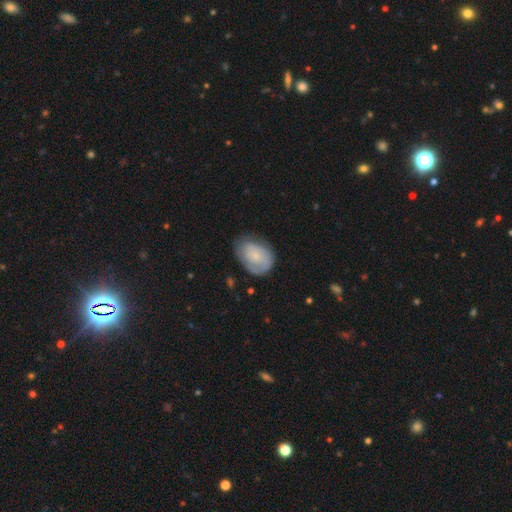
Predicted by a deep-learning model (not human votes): The model was most divided on "smooth or featured": smooth: 56%, featured or disk: 37%, star or artifact: 7%. More confident: how rounded — in between (77%); merging — none (61%).